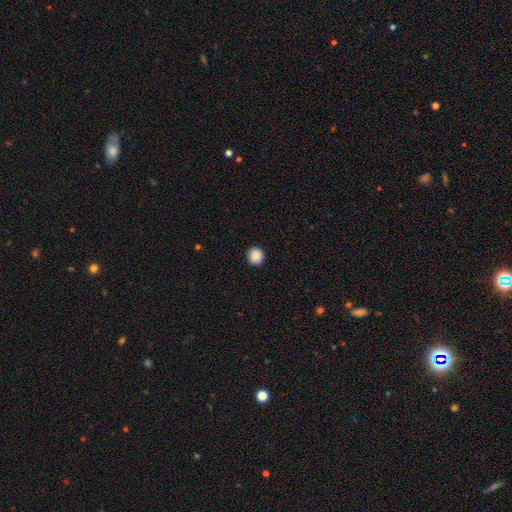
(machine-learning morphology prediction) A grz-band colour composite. It shows a smooth galaxy with no disk features (89%) that is round (89%). Merging: none (92%).